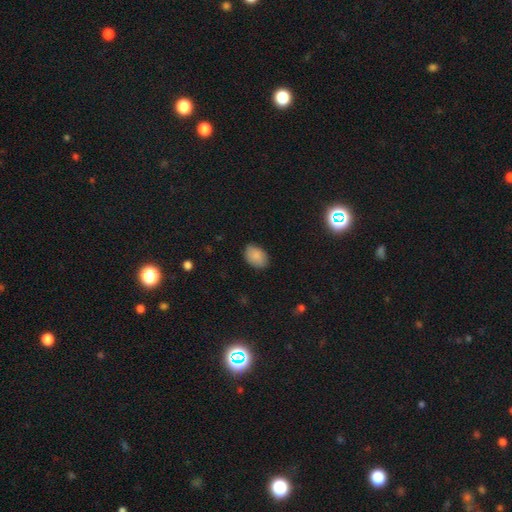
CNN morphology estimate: Smooth or featured? smooth (87%)
How rounded? in between (87%)
Merging? none (84%)